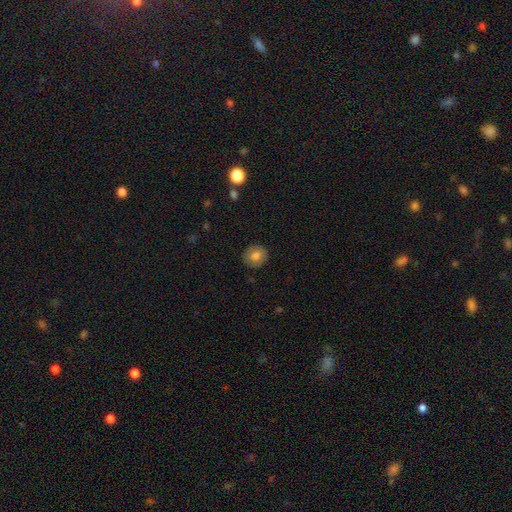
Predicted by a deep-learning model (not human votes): Smooth or featured: smooth — 78% (featured or disk — 14%)
How rounded: round — 82% (in between — 17%)
Merging: none — 87% (minor disturbance — 9%)